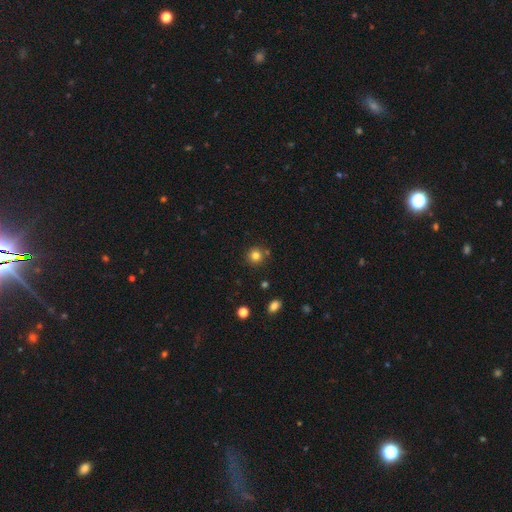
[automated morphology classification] Smooth or featured? smooth (80%)
How rounded? round (93%)
Merging? none (83%)